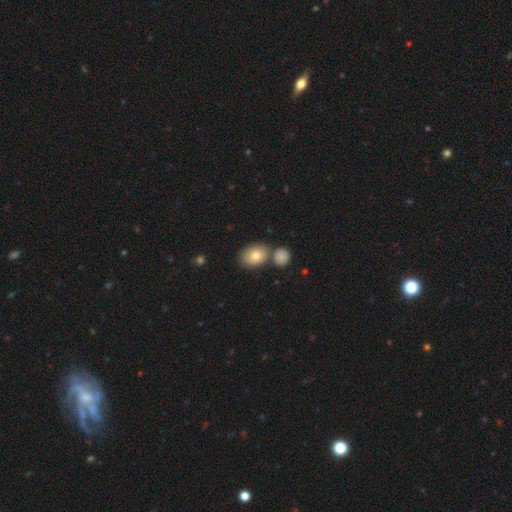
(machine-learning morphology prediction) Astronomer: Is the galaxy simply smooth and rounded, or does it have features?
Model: smooth — 79%.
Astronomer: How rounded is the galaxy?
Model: in between — 71%.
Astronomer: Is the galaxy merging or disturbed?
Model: none — 62%.